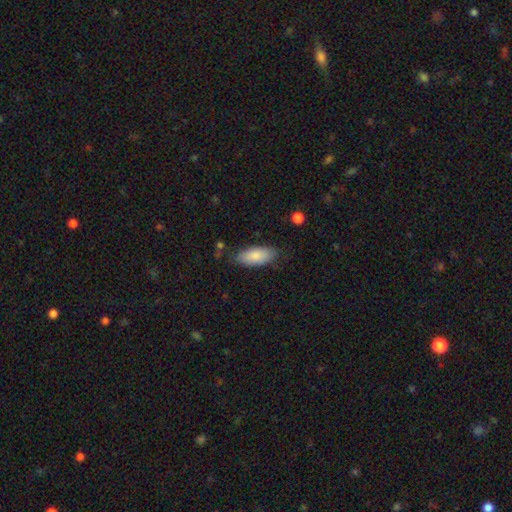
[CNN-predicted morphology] This appears to be a smooth galaxy with no disk features (84%) that is in between round and cigar-shaped (86%). Merging: none (76%).